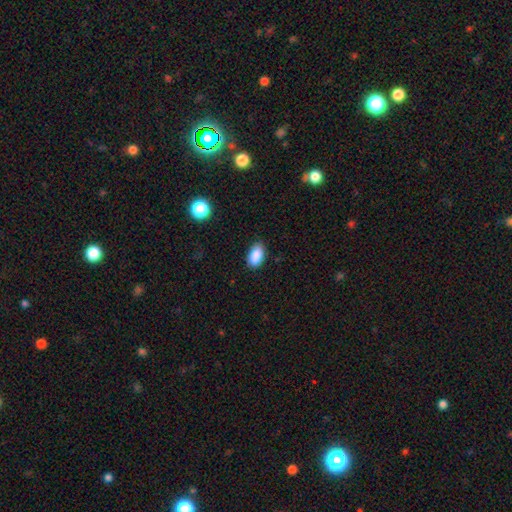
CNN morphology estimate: Smooth or featured? smooth (89%)
How rounded? in between (94%)
Merging? none (84%)